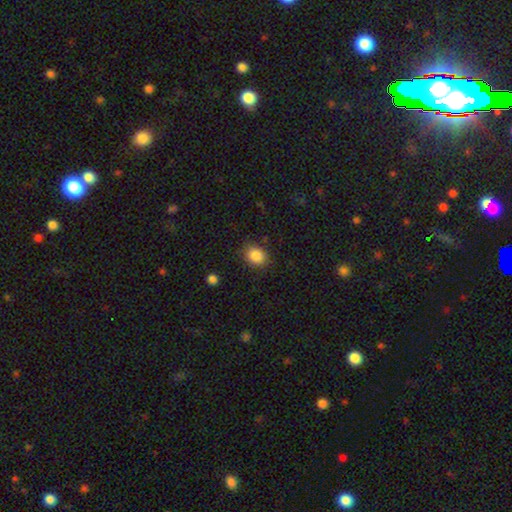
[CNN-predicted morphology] type=smooth (86%); roundness=round (55%); merging=none (83%).